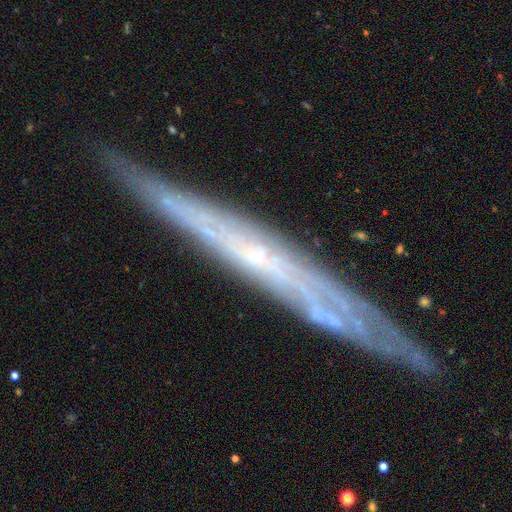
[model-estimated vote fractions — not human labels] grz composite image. It shows a featured or disk galaxy (77%) viewed edge-on (84%) with no central bulge (68%). Merging: none (85%).